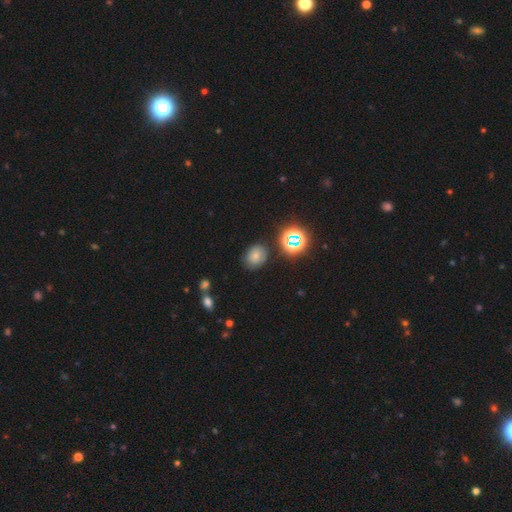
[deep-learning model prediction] Smooth or featured?
  - smooth: 69% *
  - star or artifact: 20%
  - featured or disk: 11%
How rounded?
  - in between: 55% *
  - round: 44%
  - cigar-shaped: 1%
Merging?
  - none: 80% *
  - minor disturbance: 13%
  - major disturbance: 4%
  - merger: 3%